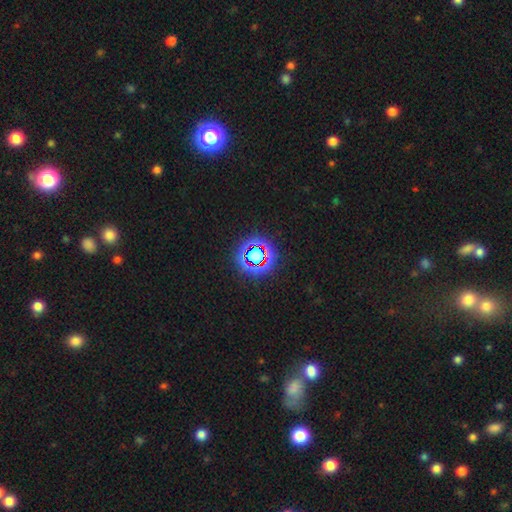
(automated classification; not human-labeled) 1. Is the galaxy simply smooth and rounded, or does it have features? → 67% star or artifact, 22% smooth, 11% featured or disk.